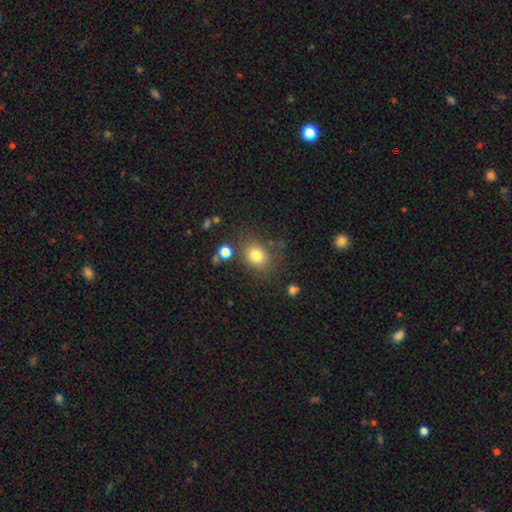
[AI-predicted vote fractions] Morphology: type=smooth (79%); roundness=round (63%); merging=none (74%).